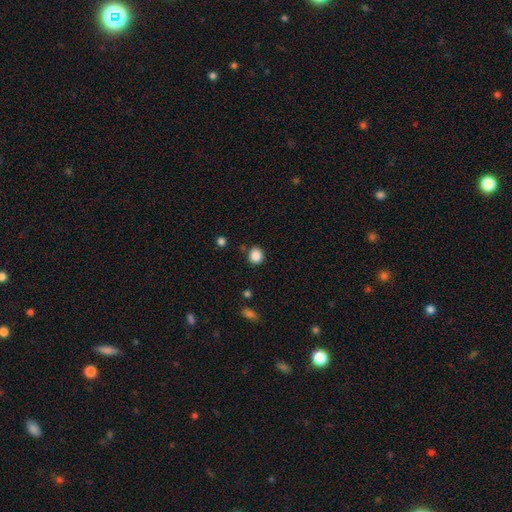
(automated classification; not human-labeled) smooth 88%, star or artifact 10%, featured or disk 3%. Down the decision tree: how rounded — round (82%); merging — none (84%).